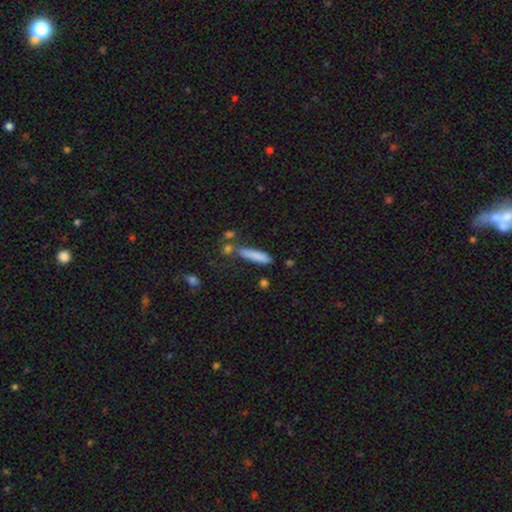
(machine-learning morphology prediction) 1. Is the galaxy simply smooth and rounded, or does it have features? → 82% smooth, 11% featured or disk, 7% star or artifact.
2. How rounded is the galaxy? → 81% cigar-shaped, 17% in between, 2% round.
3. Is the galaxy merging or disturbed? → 68% none, 18% minor disturbance, 9% merger, 6% major disturbance.